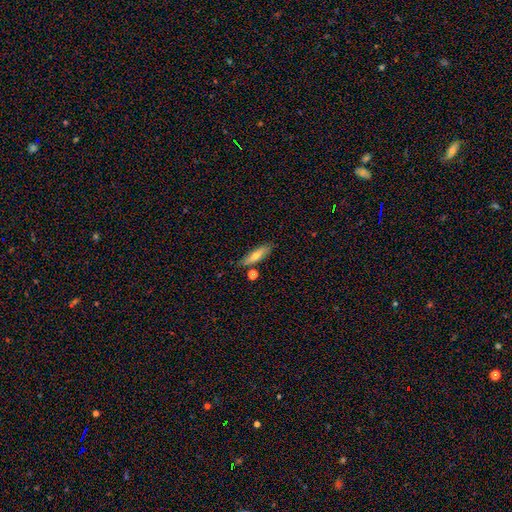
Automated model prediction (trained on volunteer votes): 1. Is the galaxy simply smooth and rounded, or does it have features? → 59% smooth, 33% featured or disk, 7% star or artifact.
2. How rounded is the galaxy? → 68% cigar-shaped, 29% in between, 3% round.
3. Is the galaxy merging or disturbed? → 79% none, 13% minor disturbance, 5% merger, 3% major disturbance.